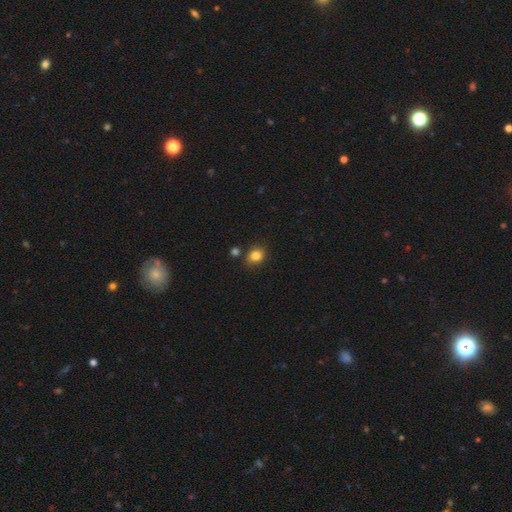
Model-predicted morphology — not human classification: Smooth or featured: smooth — 84% (star or artifact — 11%)
How rounded: round — 57% (in between — 42%)
Merging: none — 78% (minor disturbance — 13%)